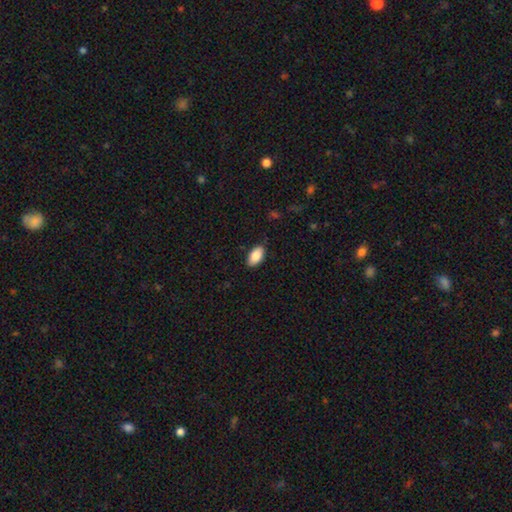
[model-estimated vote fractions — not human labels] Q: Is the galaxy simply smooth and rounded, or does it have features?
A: smooth — 87%.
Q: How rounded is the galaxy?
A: in between — 94%.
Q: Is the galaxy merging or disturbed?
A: none — 84%.